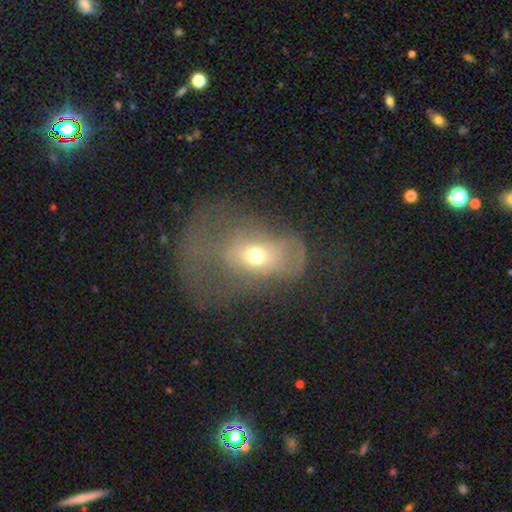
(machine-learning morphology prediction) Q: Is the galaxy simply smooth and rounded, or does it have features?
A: smooth — 54%.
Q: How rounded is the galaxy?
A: in between — 60%.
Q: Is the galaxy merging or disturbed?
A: major disturbance — 61%.